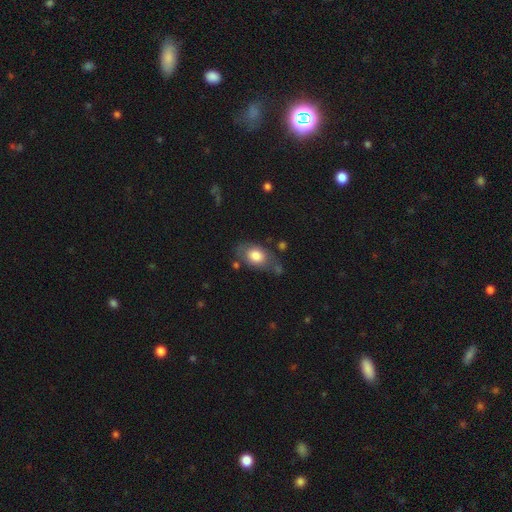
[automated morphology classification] Q: Smooth or featured?
A: smooth (75%); runner-up: featured or disk (18%)
Q: How rounded?
A: in between (80%); runner-up: round (18%)
Q: Merging?
A: none (56%); runner-up: minor disturbance (27%)